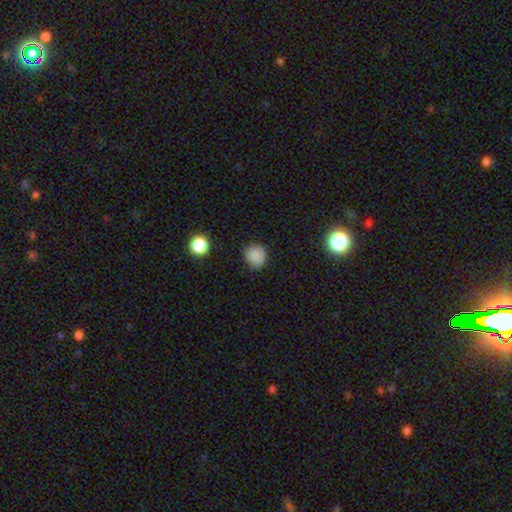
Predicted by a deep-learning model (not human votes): Overall: smooth (84%). How rounded: round (84%). Merging: none (78%).